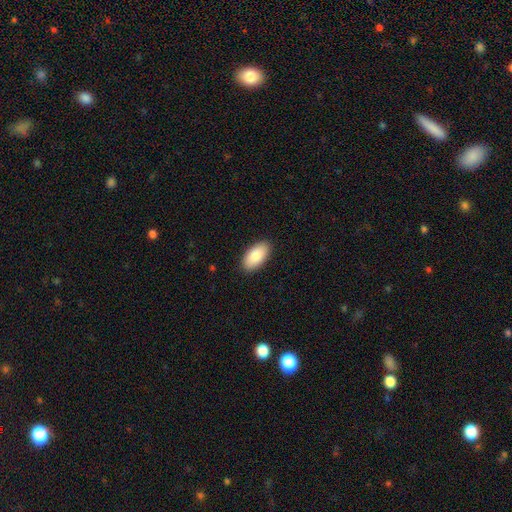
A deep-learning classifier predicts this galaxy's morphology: Smooth or featured: smooth — 87% (featured or disk — 7%)
How rounded: in between — 95% (cigar-shaped — 2%)
Merging: none — 89% (minor disturbance — 8%)